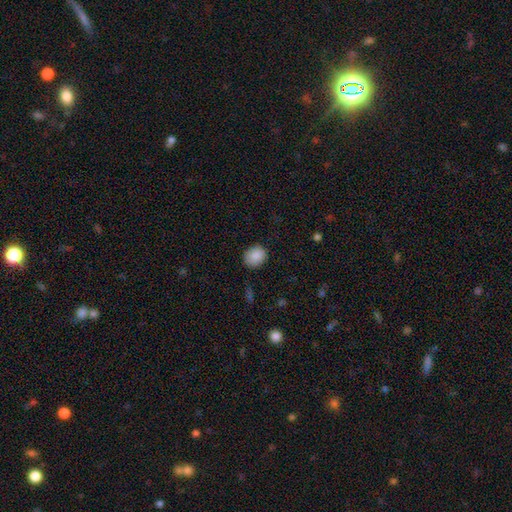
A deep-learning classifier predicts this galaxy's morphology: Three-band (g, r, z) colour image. It shows a smooth galaxy with no disk features (88%) that is round (64%). Merging: none (85%).